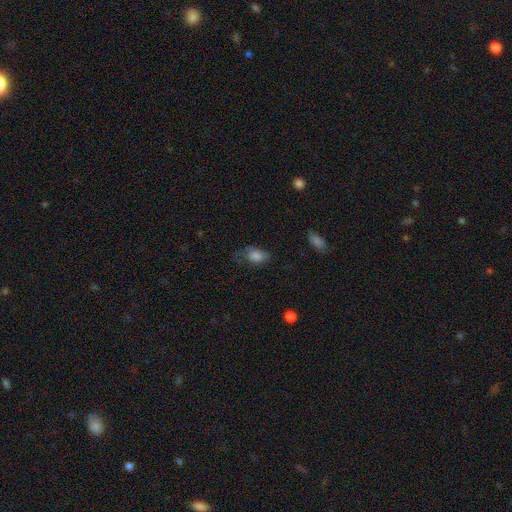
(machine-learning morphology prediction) This is likely a smooth galaxy (75%). How rounded: clearly in between (87%). Merging: possibly none (46%).